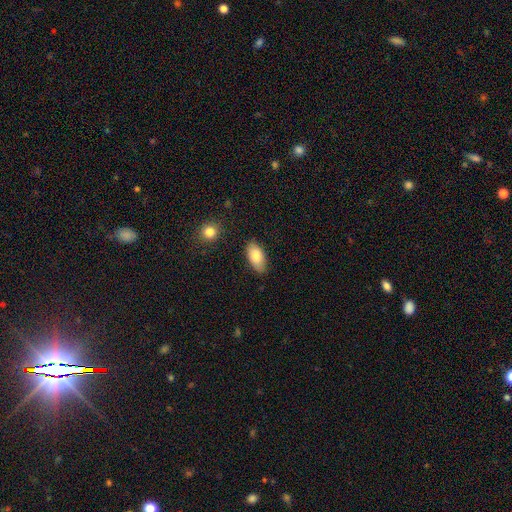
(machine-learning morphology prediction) smooth_or_featured: smooth (p=0.83) [alt: featured or disk p=0.10]
how_rounded: in between (p=0.93) [alt: cigar-shaped p=0.04]
merging: none (p=0.82) [alt: minor disturbance p=0.13]